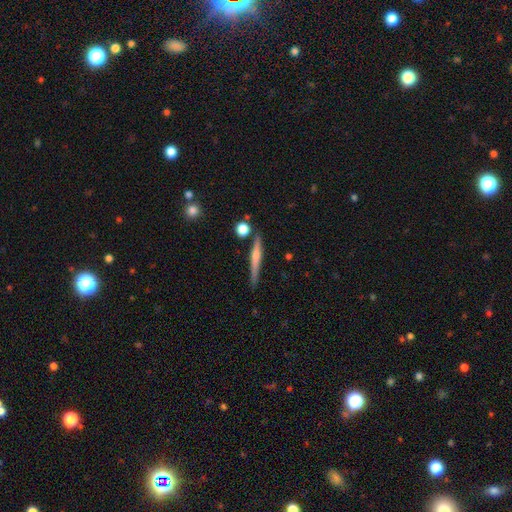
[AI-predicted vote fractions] This is possibly a featured or disk galaxy (58%). It is clearly viewed edge-on (97%). Edge-on bulge: likely rounded (65%). Merging: clearly none (83%).